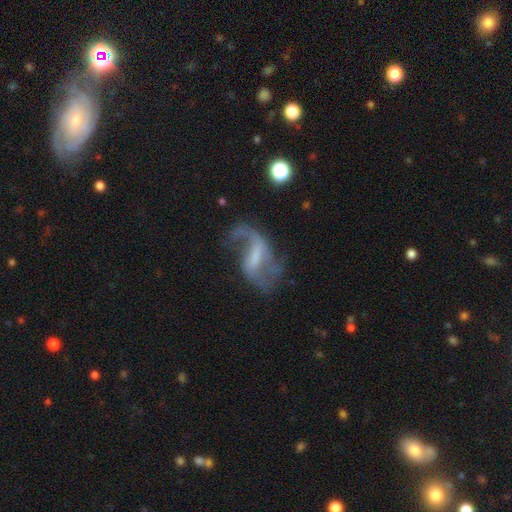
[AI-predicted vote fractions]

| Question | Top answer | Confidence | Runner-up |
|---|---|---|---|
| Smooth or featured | featured or disk | 78% | smooth (14%) |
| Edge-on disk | no | 96% | yes (4%) |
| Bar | weak | 45% | strong (36%) |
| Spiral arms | yes | 85% | no (15%) |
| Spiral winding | loose | 70% | medium (24%) |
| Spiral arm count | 2 | 66% | 1 (23%) |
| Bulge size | none | 41% | small (29%) |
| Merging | none | 43% | major disturbance (34%) |